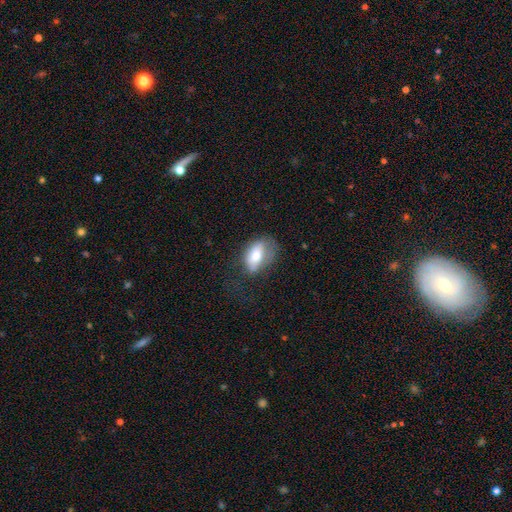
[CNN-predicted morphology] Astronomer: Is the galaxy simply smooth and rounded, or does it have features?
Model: smooth — 69%.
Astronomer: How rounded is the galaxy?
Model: in between — 86%.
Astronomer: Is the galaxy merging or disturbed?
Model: none — 39% (runner-up: minor disturbance, 31%).